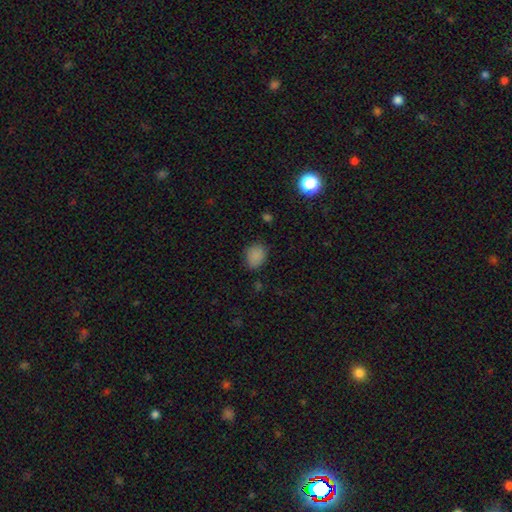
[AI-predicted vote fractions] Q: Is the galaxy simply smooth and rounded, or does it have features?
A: smooth — 84%.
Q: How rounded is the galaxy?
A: in between — 50%.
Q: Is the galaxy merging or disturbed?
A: none — 78%.